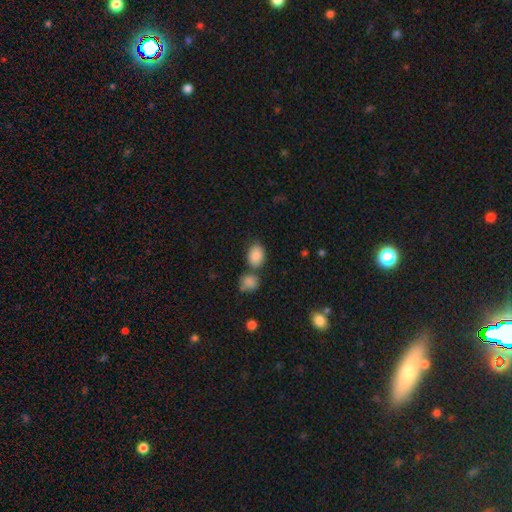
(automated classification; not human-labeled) Q: Smooth or featured?
A: smooth (87%); runner-up: star or artifact (8%)
Q: How rounded?
A: in between (76%); runner-up: round (22%)
Q: Merging?
A: none (58%); runner-up: merger (24%)